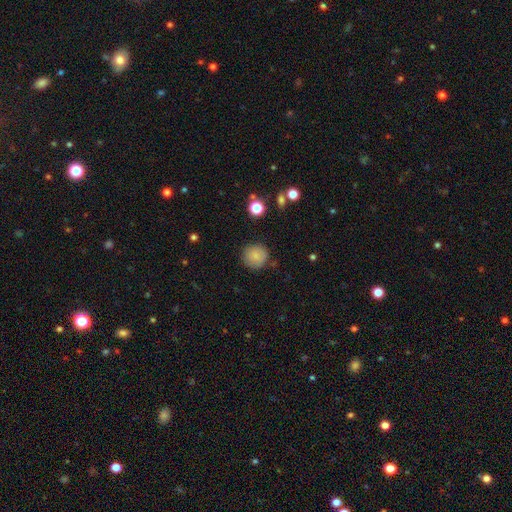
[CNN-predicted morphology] Overall: smooth (83%). How rounded: round (92%). Merging: none (84%).